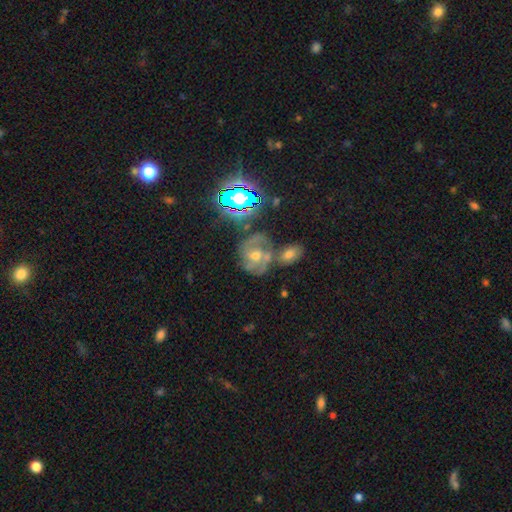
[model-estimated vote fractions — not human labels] A featured or disk galaxy (65%) with no bar (55%), 3 (30%) tight (45%) spiral arms (90%) and a moderate central bulge (60%).

Vote fractions:
- Smooth or featured? featured or disk: 65% / star or artifact: 18% / smooth: 16%
- Edge-on disk? no: 97% / yes: 3%
- Bar? no: 55% / weak: 34% / strong: 11%
- Spiral arms? yes: 90% / no: 10%
- Spiral winding? tight: 45% / medium: 43% / loose: 12%
- Spiral arm count? 3: 30% / 2: 29% / can't tell: 26% / 4: 7% / 1: 5% / more than 4: 4%
- Bulge size? moderate: 60% / small: 32% / large: 4% / none: 2% / dominant: 1%
- Merging? none: 45% / merger: 30% / minor disturbance: 16% / major disturbance: 10%